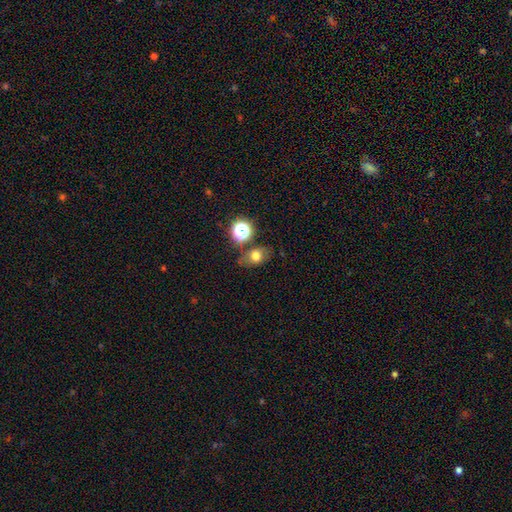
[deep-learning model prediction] A smooth galaxy with no disk features (66%) that is in between round and cigar-shaped (64%).

Vote fractions:
- Smooth or featured? smooth: 66% / star or artifact: 18% / featured or disk: 16%
- How rounded? in between: 64% / round: 34% / cigar-shaped: 2%
- Merging? none: 67% / minor disturbance: 17% / merger: 10% / major disturbance: 6%